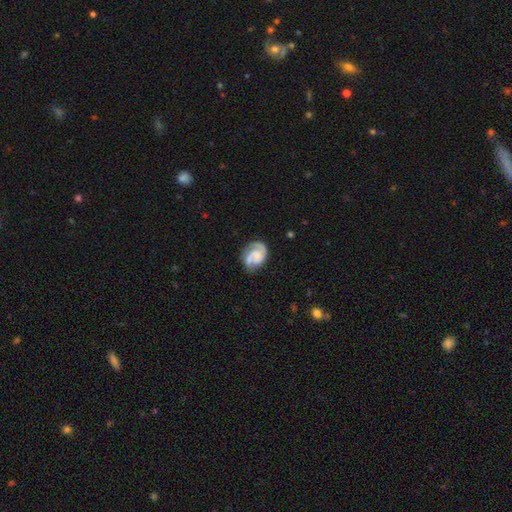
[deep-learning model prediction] Smooth or featured?
  - featured or disk: 77% *
  - smooth: 17%
  - star or artifact: 6%
Edge-on disk?
  - no: 98% *
  - yes: 2%
Bar?
  - no: 61% *
  - weak: 32%
  - strong: 7%
Spiral arms?
  - yes: 95% *
  - no: 5%
Spiral winding?
  - medium: 43% *
  - tight: 42%
  - loose: 15%
Spiral arm count?
  - 2: 69% *
  - 1: 14%
  - can't tell: 8%
  - 3: 6%
  - 4: 2%
  - more than 4: 1%
Bulge size?
  - none: 37% *
  - small: 36%
  - moderate: 19%
  - large: 5%
  - dominant: 2%
Merging?
  - none: 64% *
  - minor disturbance: 22%
  - major disturbance: 12%
  - merger: 2%